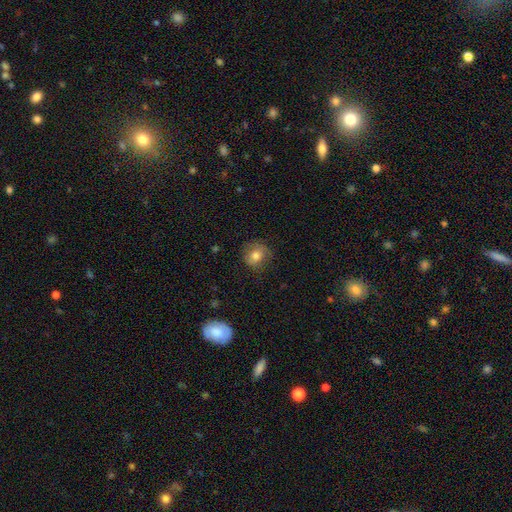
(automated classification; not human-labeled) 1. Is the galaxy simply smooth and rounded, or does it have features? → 76% smooth, 14% featured or disk, 10% star or artifact.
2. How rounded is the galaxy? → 77% round, 22% in between, 1% cigar-shaped.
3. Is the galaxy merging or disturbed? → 70% none, 20% minor disturbance, 8% major disturbance, 1% merger.